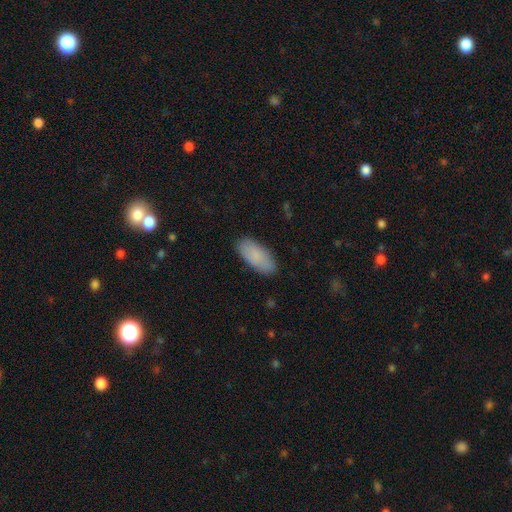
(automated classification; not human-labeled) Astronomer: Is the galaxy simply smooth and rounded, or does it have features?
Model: smooth — 87%.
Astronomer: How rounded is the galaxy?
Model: in between — 89%.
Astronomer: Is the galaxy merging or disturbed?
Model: none — 87%.